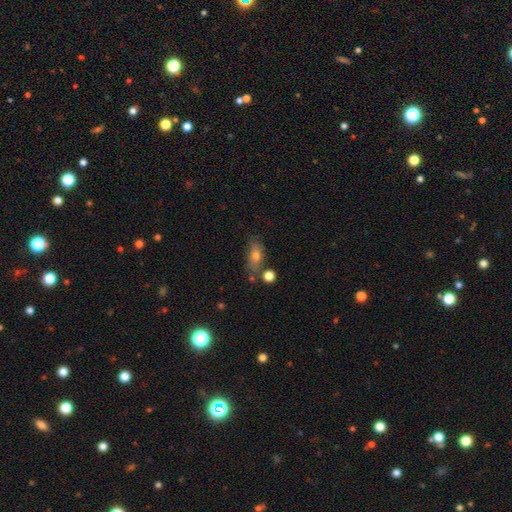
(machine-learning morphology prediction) A smooth galaxy with no disk features (74%) that is in between round and cigar-shaped (80%). Merging: none (61%).